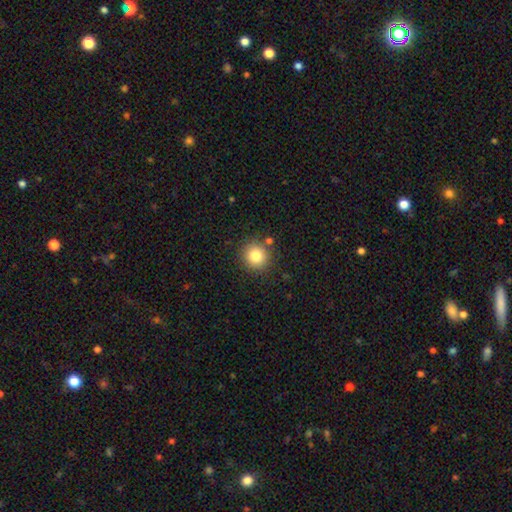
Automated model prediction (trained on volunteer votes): Smooth or featured? Predicted: smooth (p=0.82). How rounded? Predicted: round (p=0.92). Merging? Predicted: none (p=0.85).